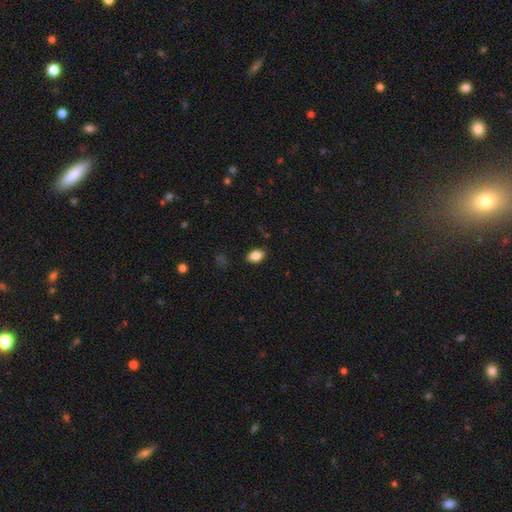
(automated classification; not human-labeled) Morphology: type=smooth (85%); roundness=in between (86%); merging=none (84%).